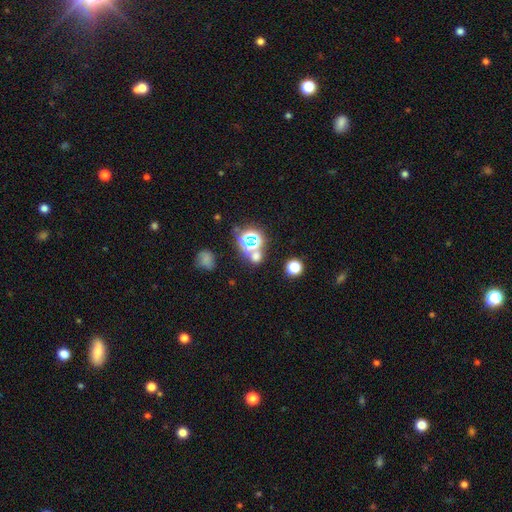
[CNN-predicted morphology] star or artifact 46% (tied), smooth 46% (tied), featured or disk 8%.